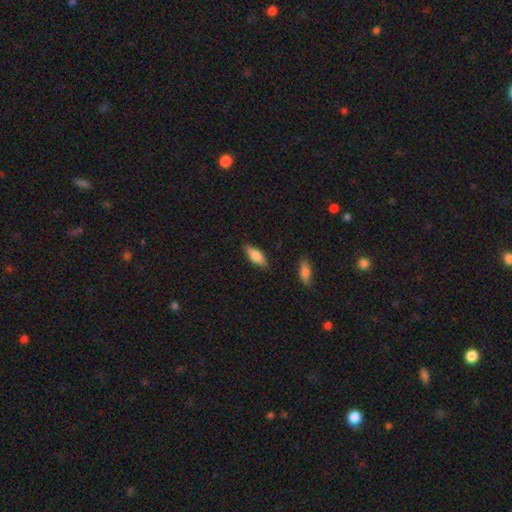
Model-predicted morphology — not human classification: Q: Smooth or featured?
A: smooth (78%); runner-up: featured or disk (15%)
Q: How rounded?
A: in between (74%); runner-up: cigar-shaped (23%)
Q: Merging?
A: none (83%); runner-up: minor disturbance (12%)